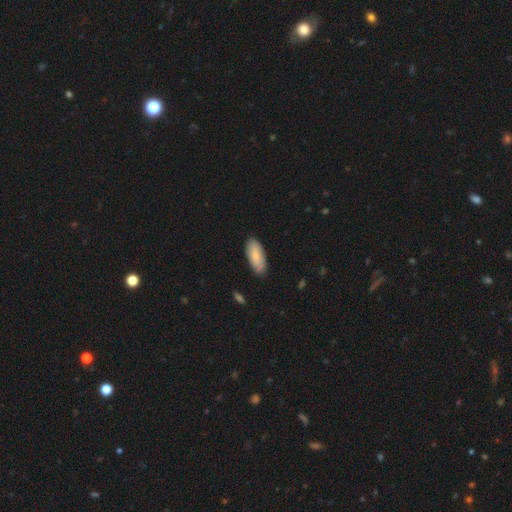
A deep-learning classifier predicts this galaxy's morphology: Smooth or featured? smooth (75%)
How rounded? in between (87%)
Merging? none (75%)